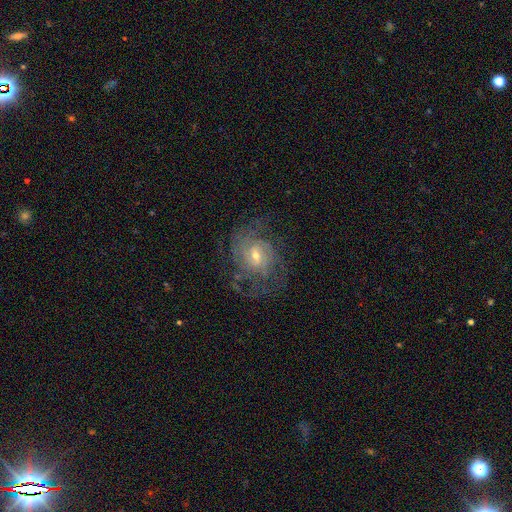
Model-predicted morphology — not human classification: type=featured or disk (82%); edge-on=no (97%); bar=weak (47%); spiral arms=yes (92%); winding=tight (55%); arm count=can't tell (41%); bulge=small (55%); merging=none (66%).